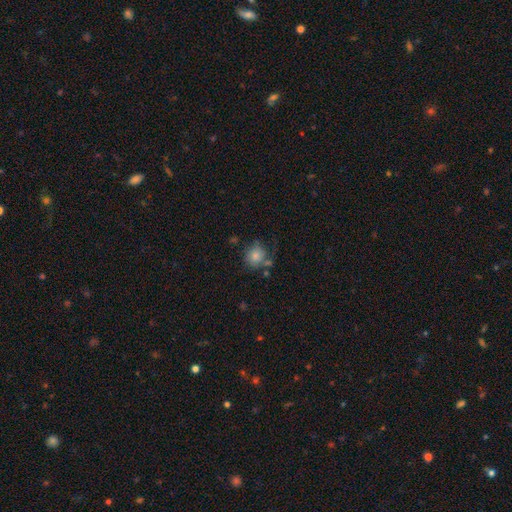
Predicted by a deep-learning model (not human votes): Smooth or featured? Predicted: smooth (p=0.74). How rounded? Predicted: round (p=0.80). Merging? Predicted: none (p=0.53).